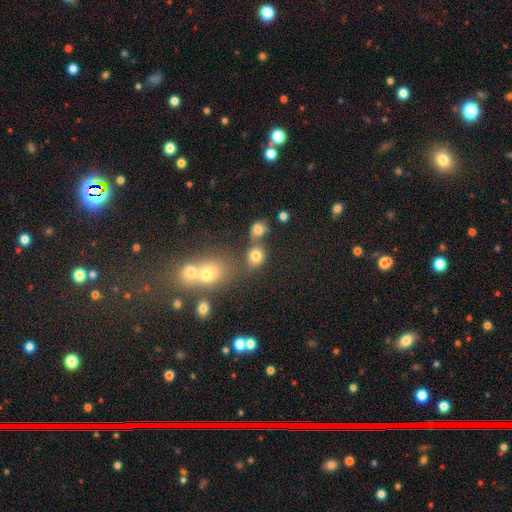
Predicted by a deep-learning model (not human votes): Smooth or featured?
  - smooth: 76% *
  - star or artifact: 15%
  - featured or disk: 9%
How rounded?
  - round: 72% *
  - in between: 26%
  - cigar-shaped: 1%
Merging?
  - none: 55% *
  - merger: 28%
  - minor disturbance: 11%
  - major disturbance: 6%